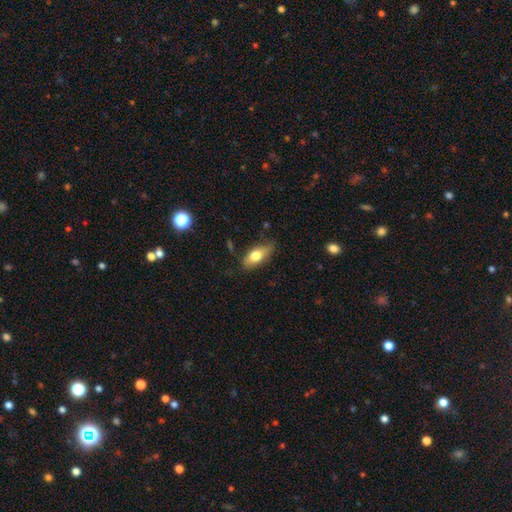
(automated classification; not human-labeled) smooth 71%, featured or disk 22%, star or artifact 7%. Down the decision tree: how rounded — in between (82%); merging — none (74%).